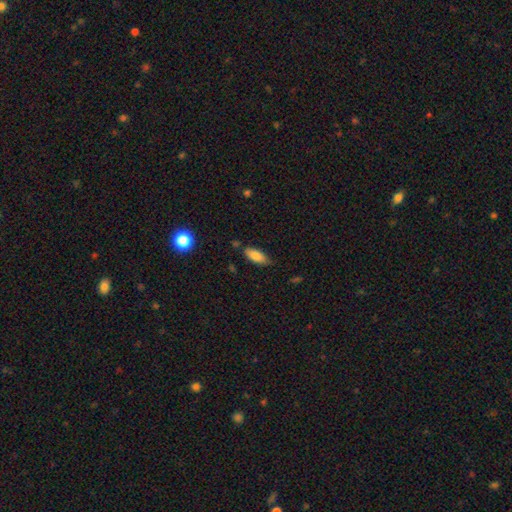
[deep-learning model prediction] Q: Smooth or featured?
A: smooth (83%); runner-up: featured or disk (10%)
Q: How rounded?
A: in between (80%); runner-up: cigar-shaped (18%)
Q: Merging?
A: none (76%); runner-up: minor disturbance (18%)